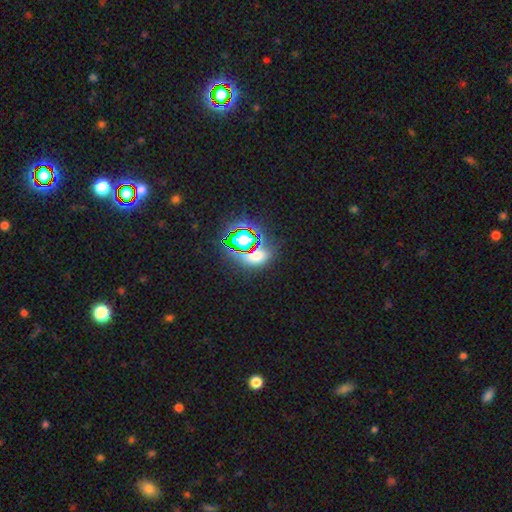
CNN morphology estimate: smooth-or-featured: star or artifact: 47% | smooth: 44% | featured or disk: 9%